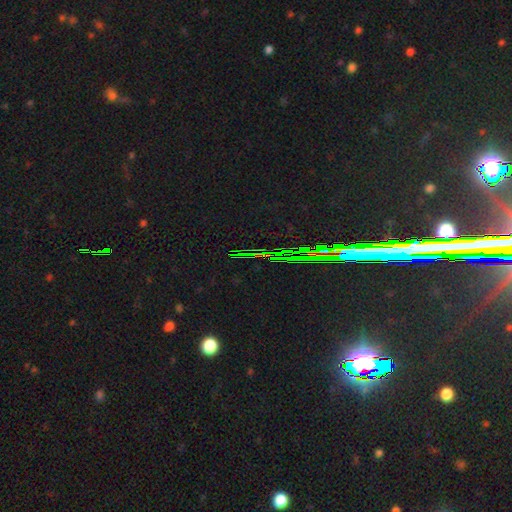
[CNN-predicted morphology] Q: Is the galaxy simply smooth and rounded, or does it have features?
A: star or artifact — 80%.